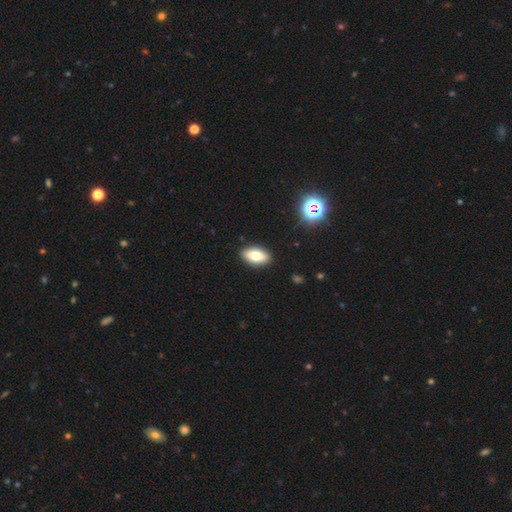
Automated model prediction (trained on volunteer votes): Smooth or featured? Predicted: smooth (p=0.75). How rounded? Predicted: in between (p=0.90). Merging? Predicted: none (p=0.90).